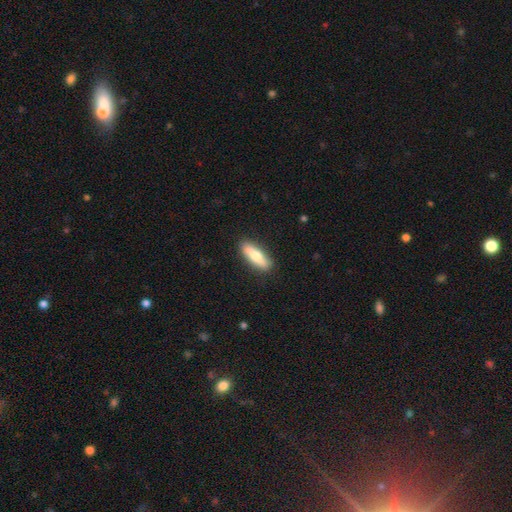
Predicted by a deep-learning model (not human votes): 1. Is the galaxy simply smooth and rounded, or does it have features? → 66% smooth, 29% featured or disk, 5% star or artifact.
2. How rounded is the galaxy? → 50% cigar-shaped, 47% in between, 2% round.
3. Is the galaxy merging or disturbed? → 88% none, 9% minor disturbance, 2% major disturbance, 1% merger.